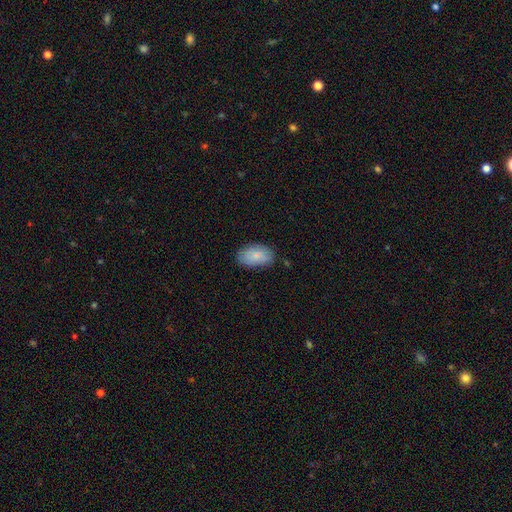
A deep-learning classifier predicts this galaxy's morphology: smooth-or-featured: smooth: 81% | featured or disk: 13% | star or artifact: 7%
  how-rounded: in between: 92% | round: 6% | cigar-shaped: 1%
  merging: none: 79% | minor disturbance: 16% | major disturbance: 3% | merger: 1%